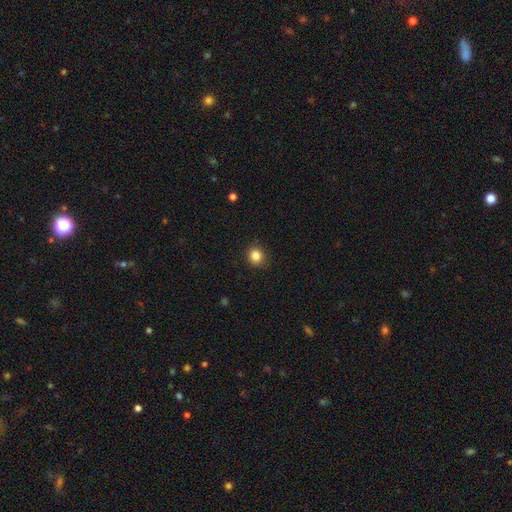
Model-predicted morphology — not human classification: This appears to be a smooth galaxy with no disk features (85%) that is round (85%). Merging: none (88%).